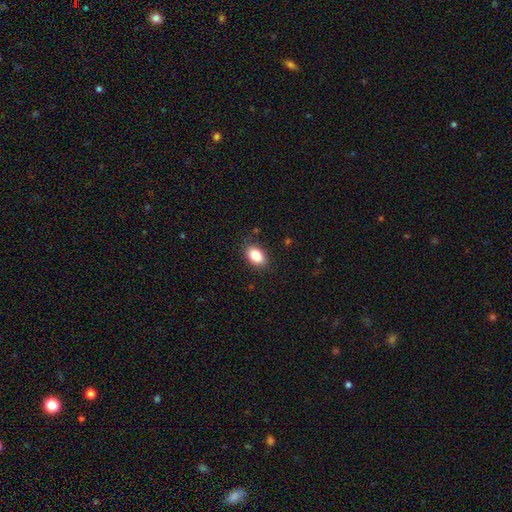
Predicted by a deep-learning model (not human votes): Smooth or featured? smooth (85%)
How rounded? in between (87%)
Merging? none (84%)